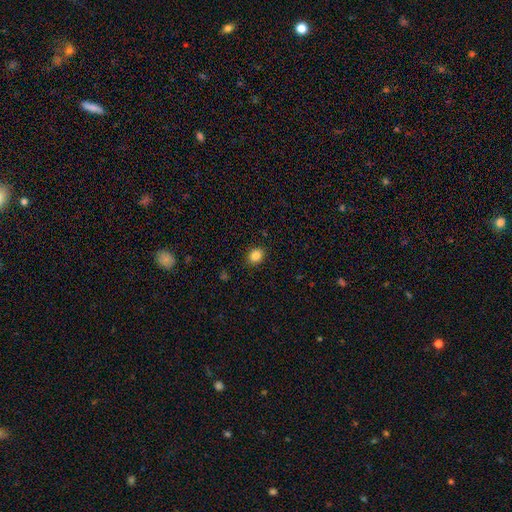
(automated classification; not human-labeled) Smooth or featured? Predicted: smooth (p=0.85). How rounded? Predicted: round (p=0.52). Merging? Predicted: none (p=0.89).